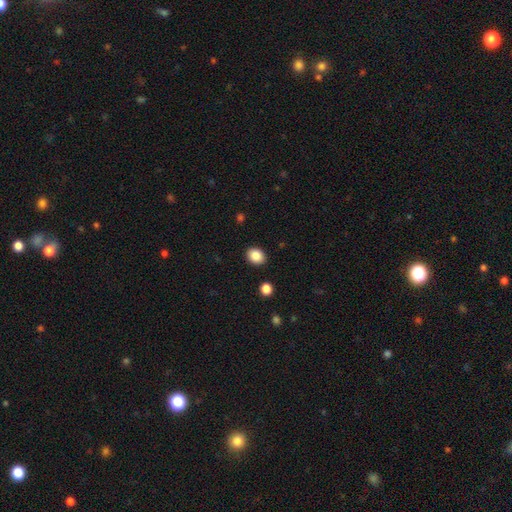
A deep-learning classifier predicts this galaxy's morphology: type=smooth (88%); roundness=in between (50%); merging=none (89%).